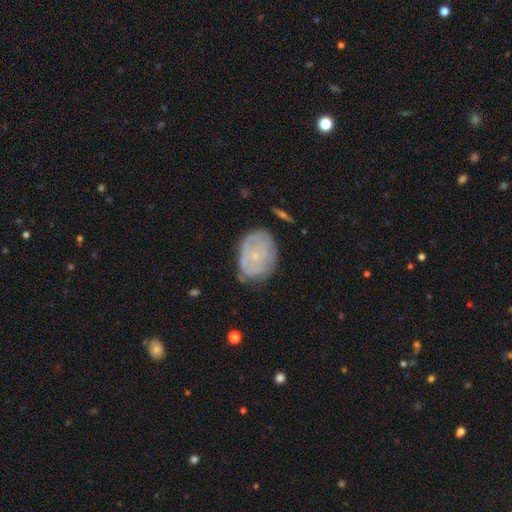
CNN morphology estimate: A featured or disk galaxy (61%) with no bar (84%), spiral arms (62%) and a small central bulge (81%).

Vote fractions:
- Smooth or featured? featured or disk: 61% / smooth: 32% / star or artifact: 8%
- Edge-on disk? no: 96% / yes: 4%
- Bar? no: 84% / weak: 13% / strong: 2%
- Spiral arms? yes: 62% / no: 38%
- Bulge size? small: 81% / moderate: 13% / none: 4% / large: 1% / dominant: 1%
- Merging? none: 63% / minor disturbance: 26% / major disturbance: 9% / merger: 3%